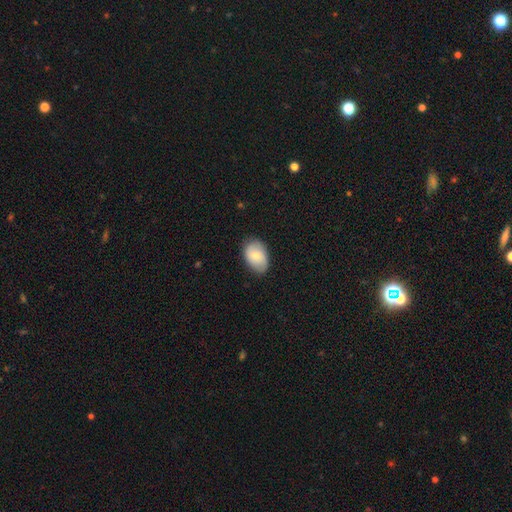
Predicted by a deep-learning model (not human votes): The model was most divided on "smooth or featured": smooth: 73%, featured or disk: 20%, star or artifact: 7%. More confident: how rounded — in between (85%); merging — none (78%).